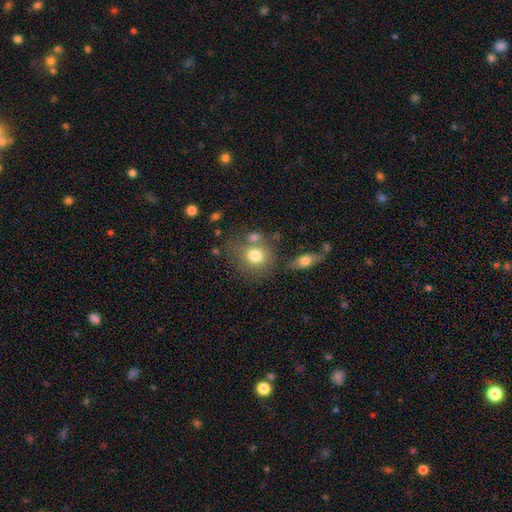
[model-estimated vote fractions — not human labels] This appears to be a smooth galaxy with no disk features (77%) that is round (75%). Merging: none (59%).